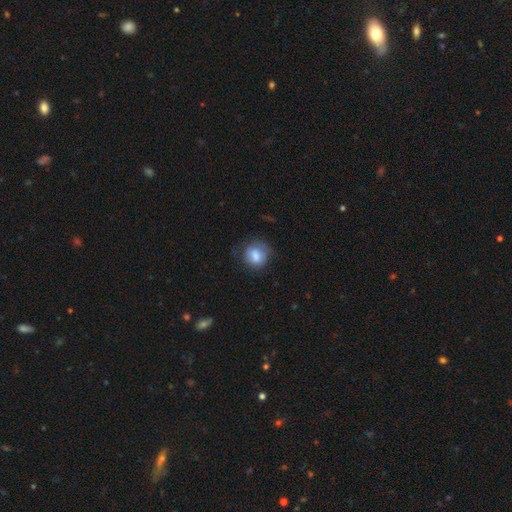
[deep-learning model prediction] Q: Smooth or featured?
A: smooth (73%); runner-up: featured or disk (18%)
Q: How rounded?
A: round (70%); runner-up: in between (28%)
Q: Merging?
A: none (62%); runner-up: minor disturbance (25%)